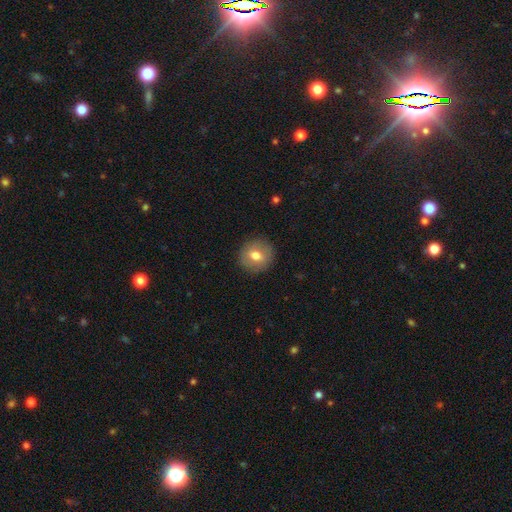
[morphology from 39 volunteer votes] A smooth galaxy with no disk features (79%) that is round (87%).

Vote fractions:
- Smooth or featured? smooth: 79% / featured or disk: 15% / star or artifact: 5%
- How rounded? round: 87% / in between: 13% / cigar-shaped: 0%
- Merging? none: 95% / minor disturbance: 5% / major disturbance: 0% / merger: 0%